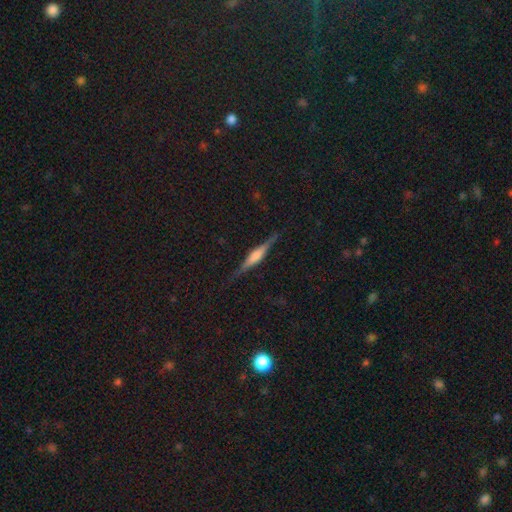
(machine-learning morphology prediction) type=featured or disk (72%); edge-on=yes (98%); edge-on bulge=rounded (64%); merging=none (87%).